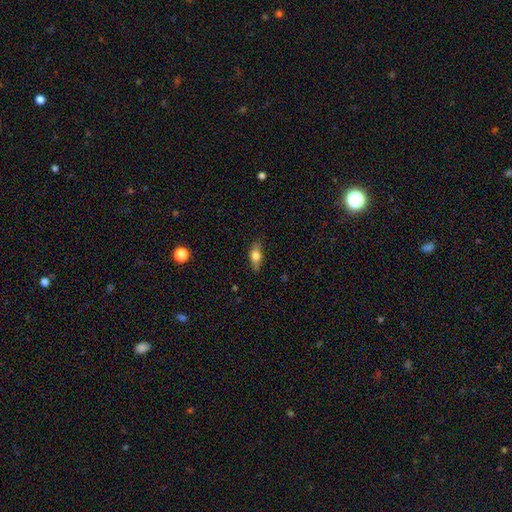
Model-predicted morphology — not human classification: smooth_or_featured: smooth (p=0.66) [alt: featured or disk p=0.27]
how_rounded: in between (p=0.71) [alt: cigar-shaped p=0.24]
merging: none (p=0.81) [alt: minor disturbance p=0.14]